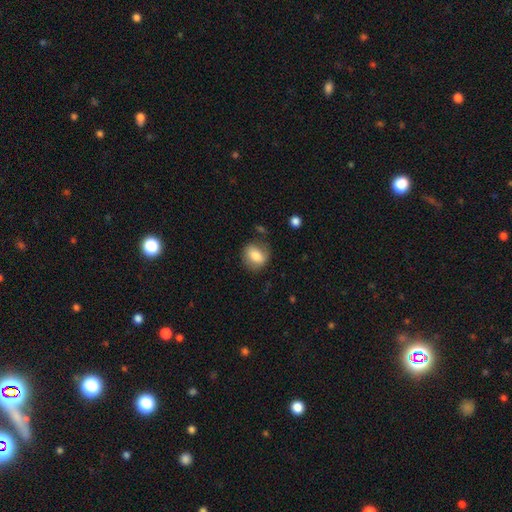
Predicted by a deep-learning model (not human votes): A smooth galaxy with no disk features (73%) that is round (56%). Merging: none (70%).